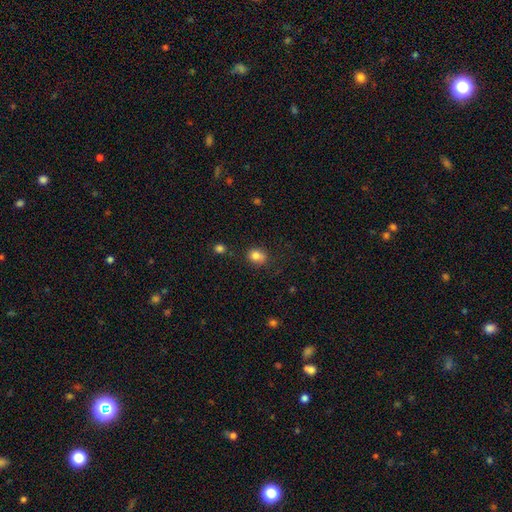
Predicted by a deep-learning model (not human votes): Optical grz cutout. It shows a smooth galaxy with no disk features (81%) that is round (64%). Merging: none (72%).